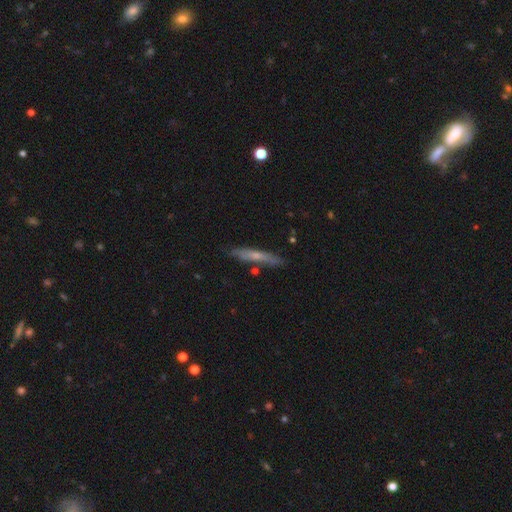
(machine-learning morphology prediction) A smooth galaxy with no disk features (49%).

Vote fractions:
- Smooth or featured? smooth: 49% / featured or disk: 44% / star or artifact: 7%
- Merging? none: 80% / minor disturbance: 14% / merger: 4% / major disturbance: 2%